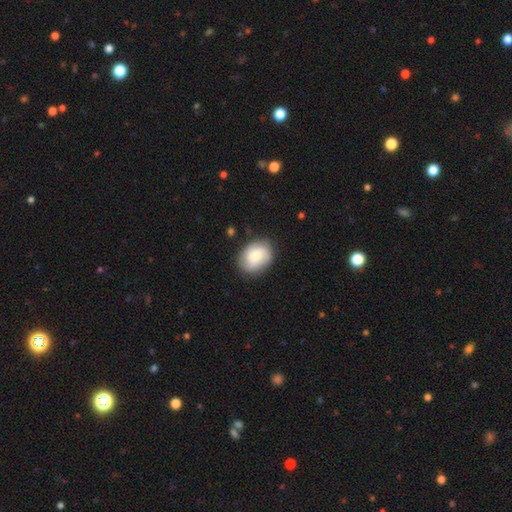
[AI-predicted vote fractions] Smooth or featured?
  - smooth: 57% *
  - featured or disk: 36%
  - star or artifact: 7%
How rounded?
  - in between: 63% *
  - round: 36%
  - cigar-shaped: 1%
Merging?
  - none: 76% *
  - minor disturbance: 18%
  - major disturbance: 5%
  - merger: 2%